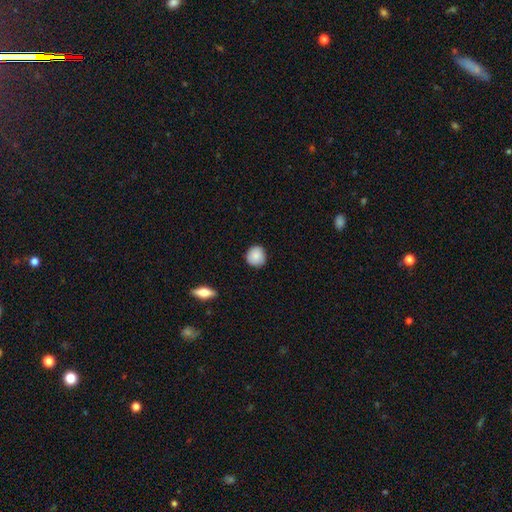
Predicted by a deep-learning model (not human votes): Q: Smooth or featured?
A: smooth (86%); runner-up: star or artifact (8%)
Q: How rounded?
A: round (90%); runner-up: in between (9%)
Q: Merging?
A: none (87%); runner-up: minor disturbance (10%)